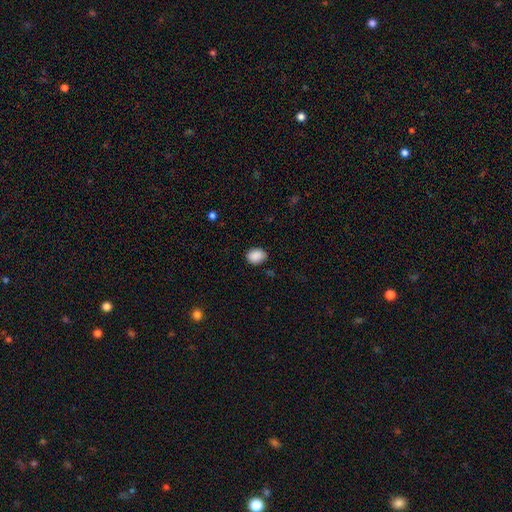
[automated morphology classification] smooth_or_featured: smooth (p=0.89) [alt: star or artifact p=0.08]
how_rounded: in between (p=0.62) [alt: round p=0.37]
merging: none (p=0.82) [alt: minor disturbance p=0.14]